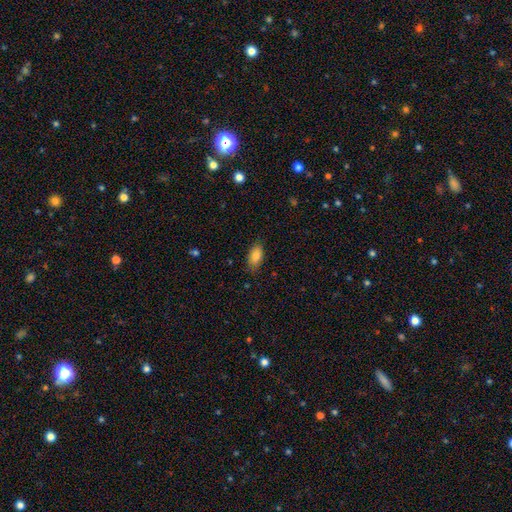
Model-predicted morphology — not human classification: This is clearly a smooth galaxy (86%). How rounded: clearly in between (91%). Merging: clearly none (80%).